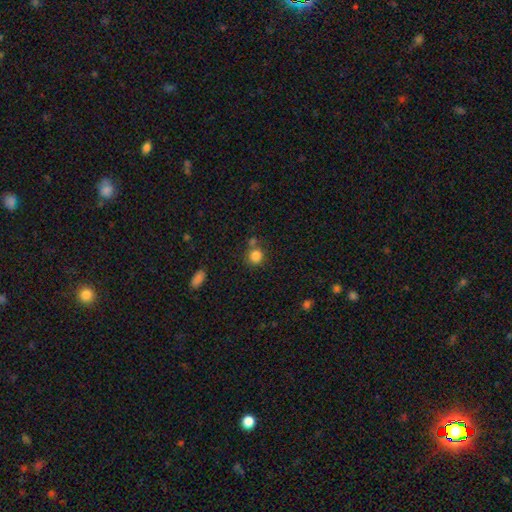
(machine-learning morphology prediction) Smooth or featured?
  - smooth: 84% *
  - star or artifact: 11%
  - featured or disk: 6%
How rounded?
  - round: 88% *
  - in between: 11%
  - cigar-shaped: 1%
Merging?
  - none: 65% *
  - merger: 19%
  - minor disturbance: 12%
  - major disturbance: 4%